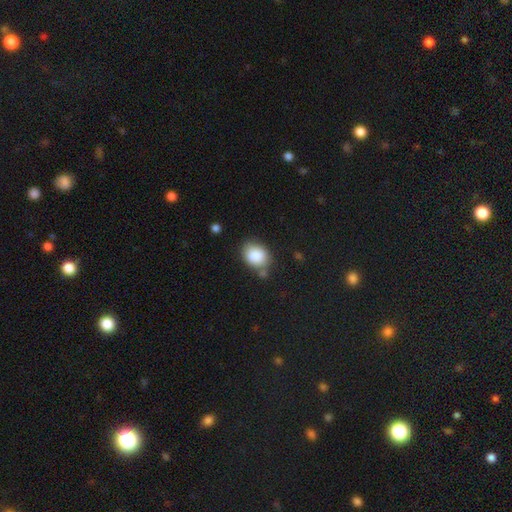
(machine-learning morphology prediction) smooth-or-featured: smooth: 86% | star or artifact: 7% | featured or disk: 6%
  how-rounded: in between: 63% | round: 36% | cigar-shaped: 1%
  merging: none: 67% | minor disturbance: 19% | merger: 10% | major disturbance: 5%